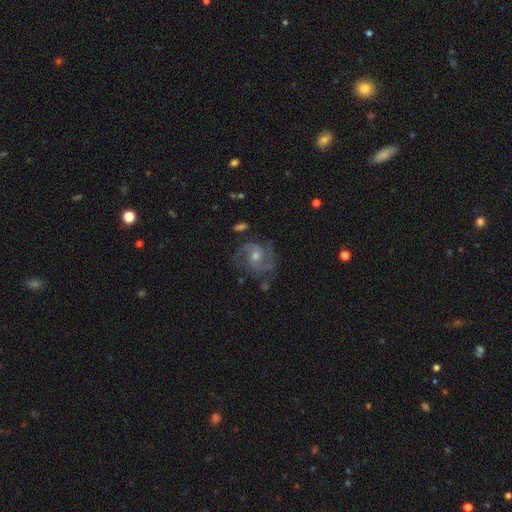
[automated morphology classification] The model was most divided on "bulge size": moderate: 51%, small: 44%, large: 2%, none: 2%, dominant: 1%. More confident: edge-on disk — no (98%); spiral arms — yes (97%); smooth or featured — featured or disk (85%); merging — none (76%); spiral arm count — 2 (72%); bar — no (57%); spiral winding — medium (55%).